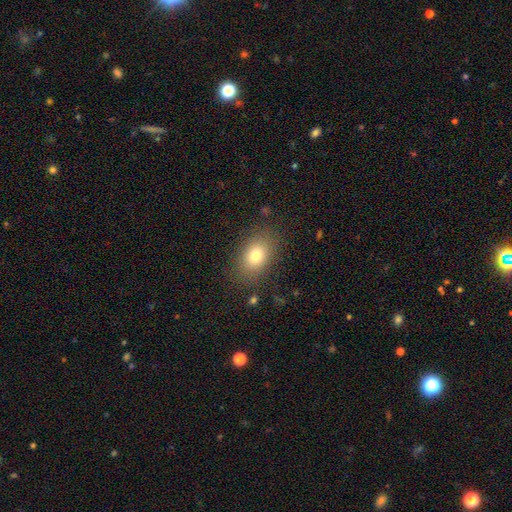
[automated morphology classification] smooth_or_featured: smooth (p=0.77) [alt: featured or disk p=0.12]
how_rounded: in between (p=0.79) [alt: round p=0.19]
merging: none (p=0.83) [alt: minor disturbance p=0.11]